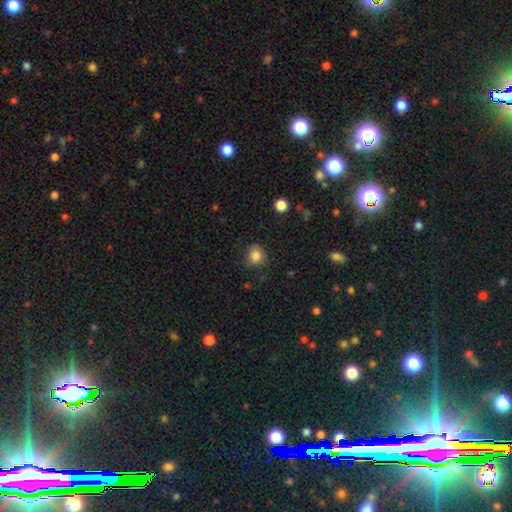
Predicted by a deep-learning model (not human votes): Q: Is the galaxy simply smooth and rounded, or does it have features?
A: smooth — 83%.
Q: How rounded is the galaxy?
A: round — 72%.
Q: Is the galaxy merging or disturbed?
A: none — 77%.